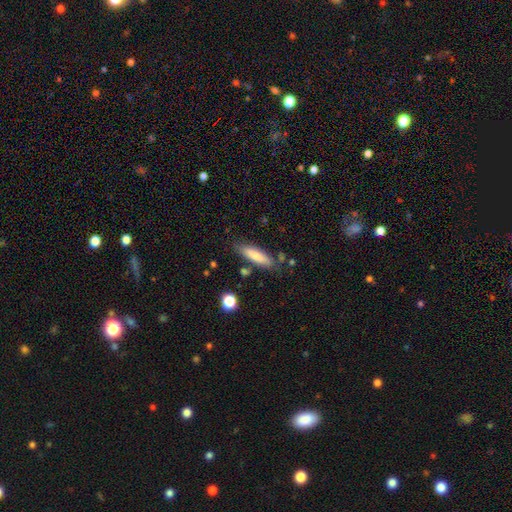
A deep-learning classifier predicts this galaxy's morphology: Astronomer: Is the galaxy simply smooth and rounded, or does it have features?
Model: smooth — 78%.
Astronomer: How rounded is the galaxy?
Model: cigar-shaped — 63%.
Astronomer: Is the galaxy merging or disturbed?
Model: none — 77%.